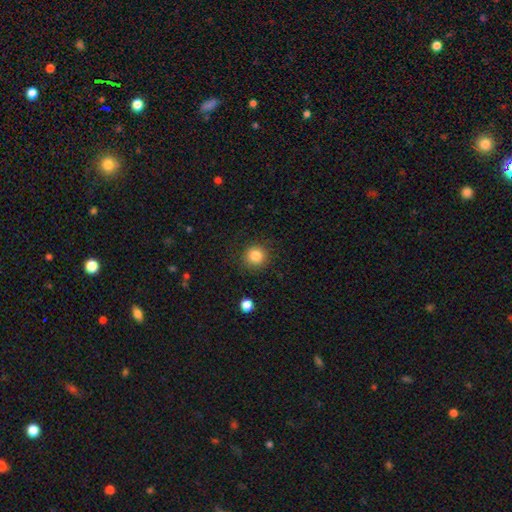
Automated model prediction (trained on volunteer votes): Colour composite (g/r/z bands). It shows a smooth galaxy with no disk features (84%) that is round (93%). Merging: none (88%).